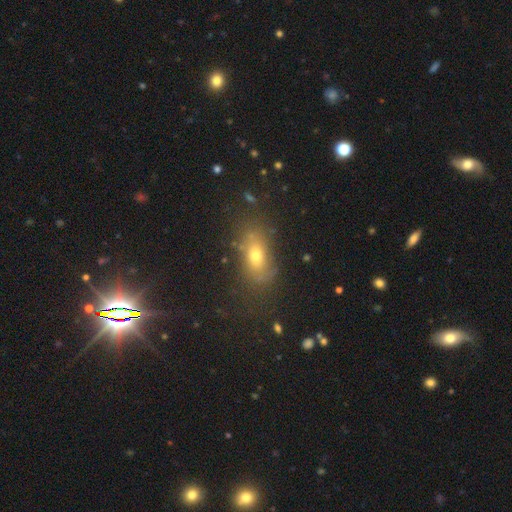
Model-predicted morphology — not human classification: Smooth or featured? smooth (62%)
How rounded? in between (78%)
Merging? none (67%)